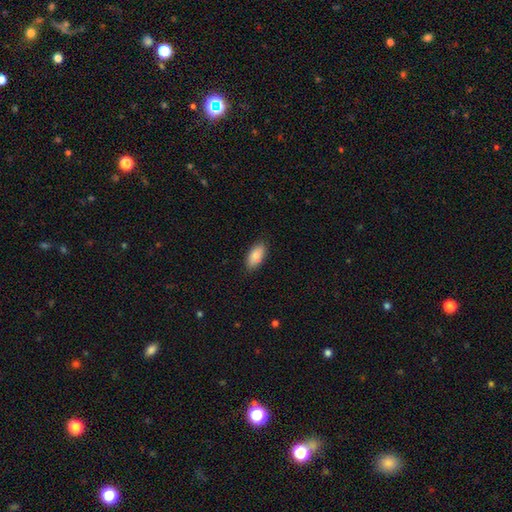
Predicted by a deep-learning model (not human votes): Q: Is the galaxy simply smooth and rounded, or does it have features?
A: smooth — 86%.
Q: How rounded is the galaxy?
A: in between — 89%.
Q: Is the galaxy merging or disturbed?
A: none — 85%.